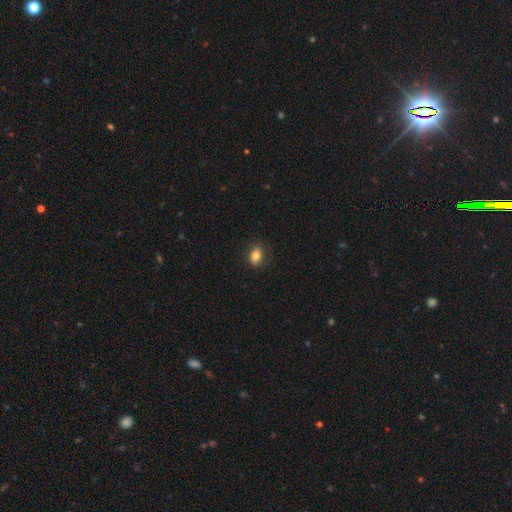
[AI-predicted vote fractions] The model was most divided on "how rounded": in between: 77%, round: 21%, cigar-shaped: 2%. More confident: merging — none (80%); smooth or featured — smooth (80%).